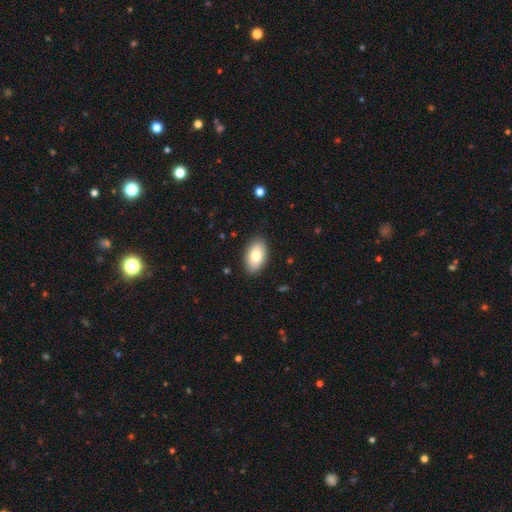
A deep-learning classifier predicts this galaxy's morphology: smooth_or_featured: smooth (p=0.80) [alt: featured or disk p=0.13]
how_rounded: in between (p=0.94) [alt: round p=0.04]
merging: none (p=0.88) [alt: minor disturbance p=0.09]